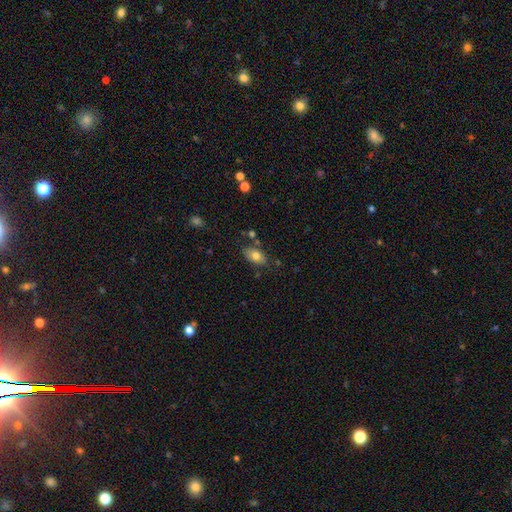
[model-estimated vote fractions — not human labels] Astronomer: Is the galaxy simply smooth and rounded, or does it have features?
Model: smooth — 76%.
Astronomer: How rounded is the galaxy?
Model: in between — 90%.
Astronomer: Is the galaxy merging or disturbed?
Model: none — 75%.